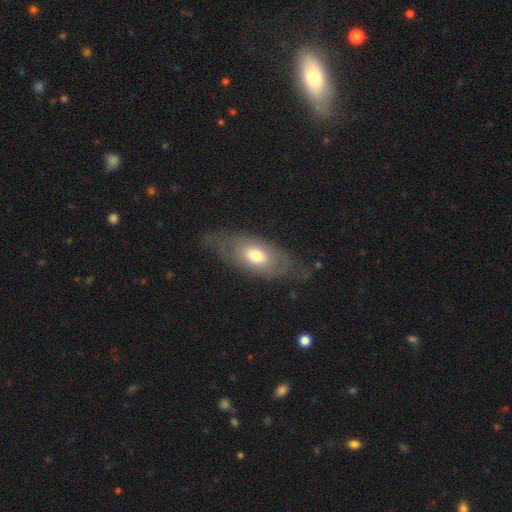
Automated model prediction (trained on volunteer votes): Q: Smooth or featured?
A: smooth (53%); runner-up: featured or disk (40%)
Q: How rounded?
A: in between (87%); runner-up: cigar-shaped (7%)
Q: Merging?
A: none (64%); runner-up: minor disturbance (21%)